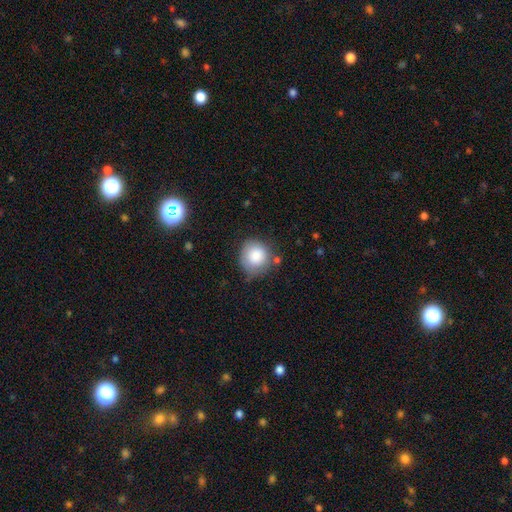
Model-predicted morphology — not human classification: smooth 85%, star or artifact 8%, featured or disk 7%. Down the decision tree: how rounded — round (87%); merging — none (71%).